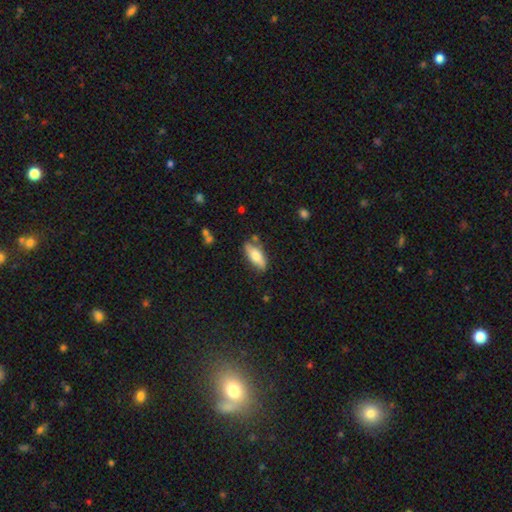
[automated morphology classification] smooth-or-featured: smooth: 75% | featured or disk: 18% | star or artifact: 6%
  how-rounded: in between: 78% | cigar-shaped: 20% | round: 2%
  merging: none: 76% | minor disturbance: 17% | merger: 4% | major disturbance: 3%